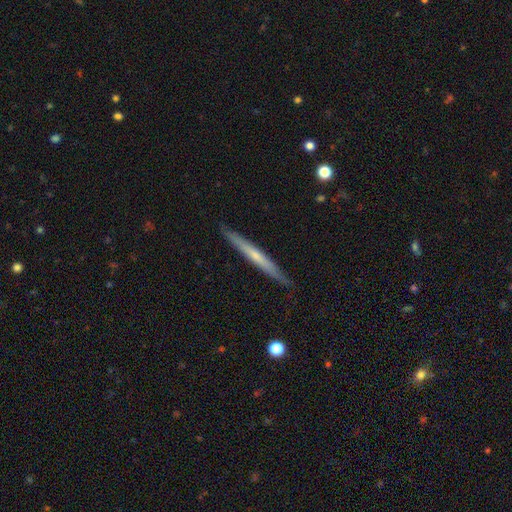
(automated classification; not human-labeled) featured or disk 51%, smooth 43%, star or artifact 6%. Down the decision tree: edge-on disk — yes (96%); merging — none (89%).